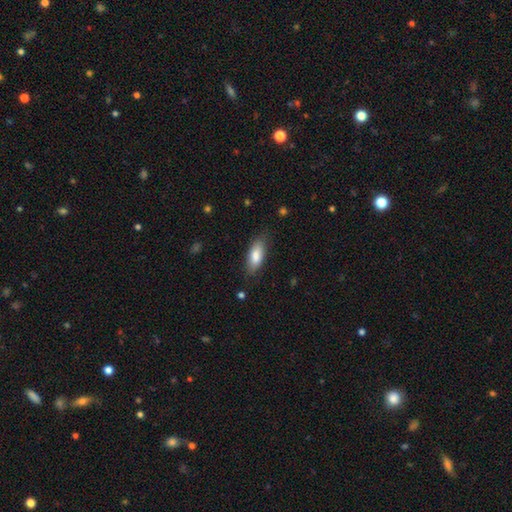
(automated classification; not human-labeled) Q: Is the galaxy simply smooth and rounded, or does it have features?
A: smooth — 83%.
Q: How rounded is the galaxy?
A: in between — 78%.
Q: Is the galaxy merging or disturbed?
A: none — 80%.